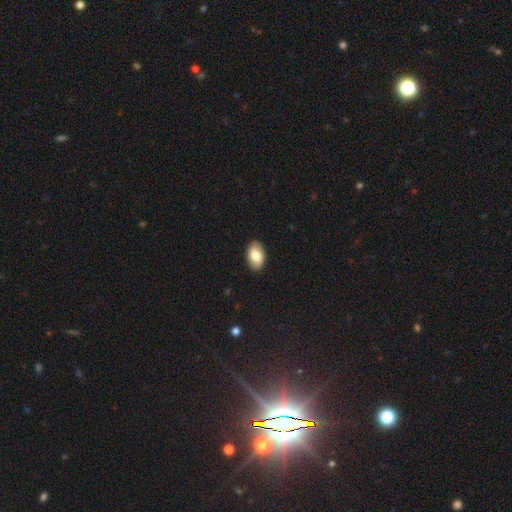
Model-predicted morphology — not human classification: A smooth galaxy with no disk features (81%) that is in between round and cigar-shaped (92%).

Vote fractions:
- Smooth or featured? smooth: 81% / featured or disk: 12% / star or artifact: 6%
- How rounded? in between: 92% / round: 7% / cigar-shaped: 1%
- Merging? none: 89% / minor disturbance: 9% / major disturbance: 2% / merger: 1%